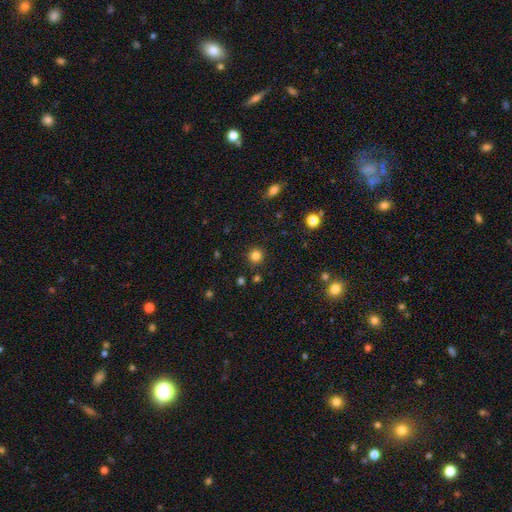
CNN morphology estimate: Smooth or featured? smooth (83%)
How rounded? round (94%)
Merging? none (91%)